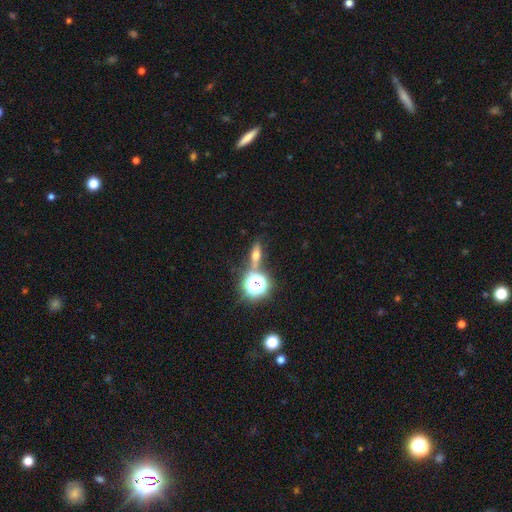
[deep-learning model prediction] The model was most divided on "smooth or featured": smooth: 43%, star or artifact: 29%, featured or disk: 27%. More confident: merging — none (75%).